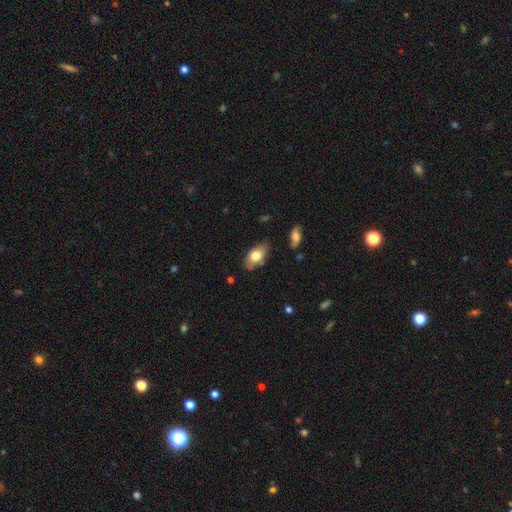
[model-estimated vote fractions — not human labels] Q: Smooth or featured?
A: smooth (76%); runner-up: featured or disk (17%)
Q: How rounded?
A: in between (91%); runner-up: round (6%)
Q: Merging?
A: none (72%); runner-up: minor disturbance (21%)